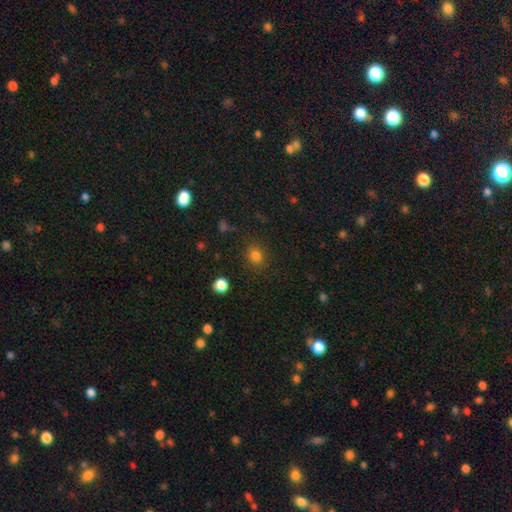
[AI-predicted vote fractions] smooth-or-featured: smooth: 82% | star or artifact: 14% | featured or disk: 5%
  how-rounded: round: 72% | in between: 27% | cigar-shaped: 1%
  merging: none: 85% | minor disturbance: 9% | major disturbance: 4% | merger: 2%